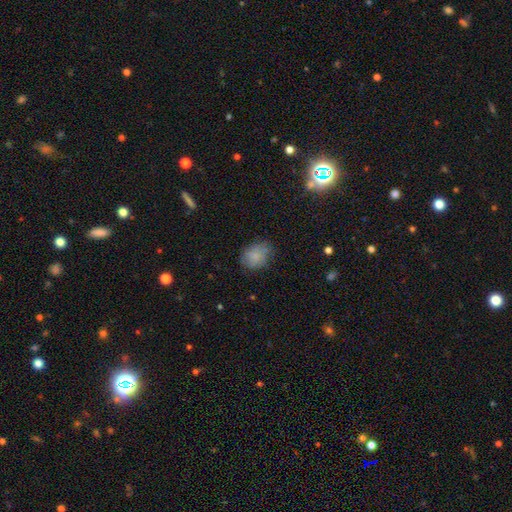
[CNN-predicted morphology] This is likely a smooth galaxy (78%). How rounded: possibly in between (57%). Merging: likely none (66%).